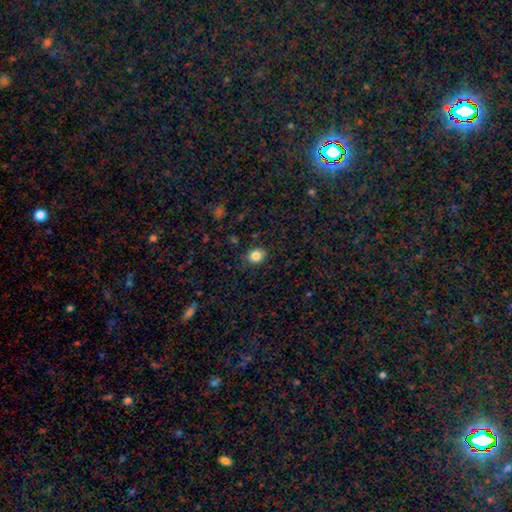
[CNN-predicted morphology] smooth_or_featured: smooth (p=0.84) [alt: star or artifact p=0.11]
how_rounded: round (p=0.60) [alt: in between p=0.39]
merging: none (p=0.85) [alt: minor disturbance p=0.11]